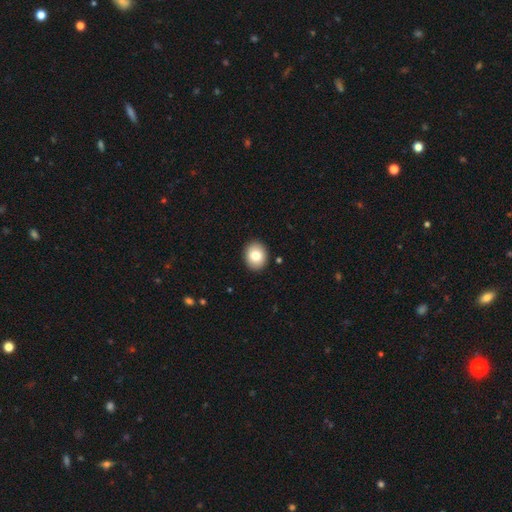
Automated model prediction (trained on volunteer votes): A smooth galaxy with no disk features (81%) that is round (61%). Merging: none (91%).